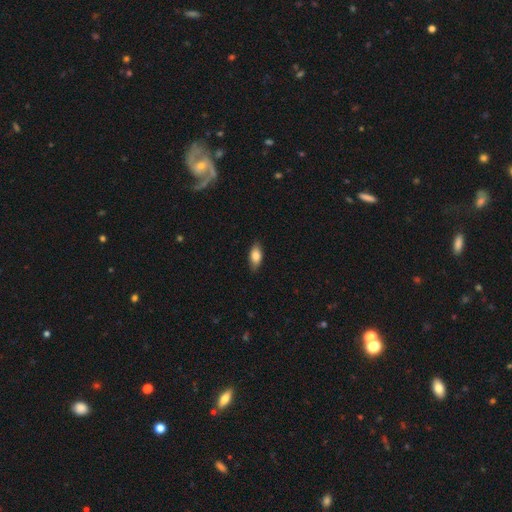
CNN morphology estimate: This appears to be a smooth galaxy with no disk features (81%) that is in between round and cigar-shaped (87%). Merging: none (85%).